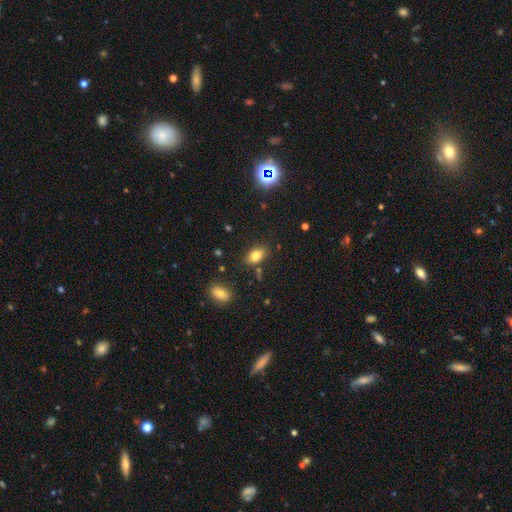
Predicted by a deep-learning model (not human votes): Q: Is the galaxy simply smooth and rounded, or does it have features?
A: smooth — 80%.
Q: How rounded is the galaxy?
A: in between — 86%.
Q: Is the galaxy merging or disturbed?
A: none — 79%.